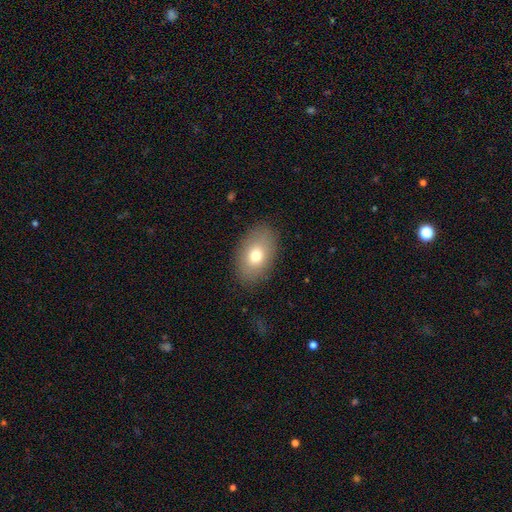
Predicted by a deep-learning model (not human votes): Smooth or featured: smooth — 74% (featured or disk — 16%)
How rounded: in between — 87% (round — 12%)
Merging: none — 86% (minor disturbance — 9%)